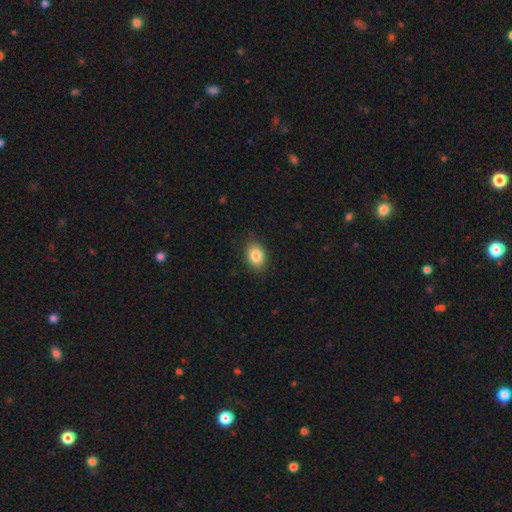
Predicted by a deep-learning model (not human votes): A smooth galaxy with no disk features (85%) that is in between round and cigar-shaped (76%). Merging: none (85%).